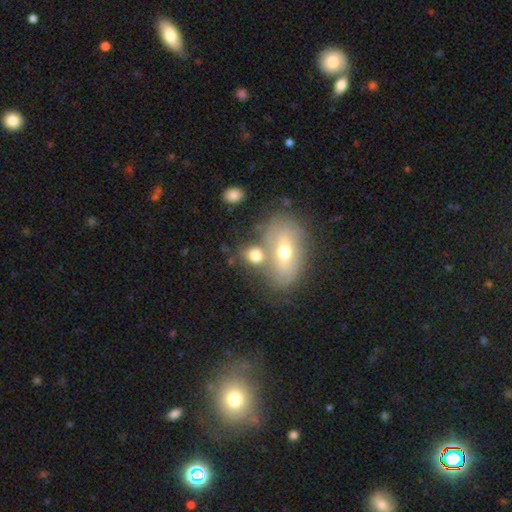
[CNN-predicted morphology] smooth 65%, featured or disk 23%, star or artifact 12%. Down the decision tree: how rounded — in between (57%); merging — merger (43%).